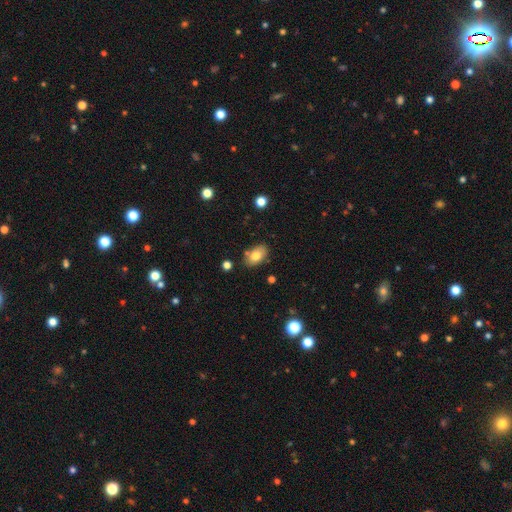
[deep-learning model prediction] smooth_or_featured: smooth (p=0.78) [alt: featured or disk p=0.14]
how_rounded: in between (p=0.90) [alt: round p=0.08]
merging: none (p=0.79) [alt: minor disturbance p=0.14]